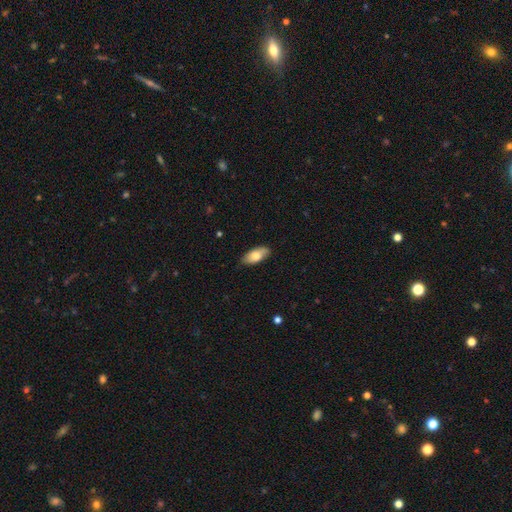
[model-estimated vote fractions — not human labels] Smooth or featured? smooth (73%)
How rounded? in between (90%)
Merging? none (84%)